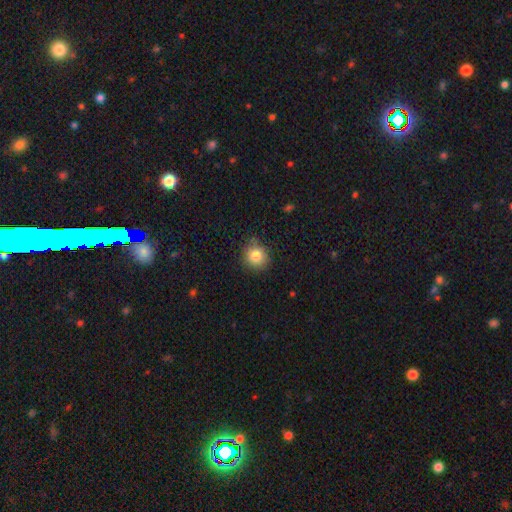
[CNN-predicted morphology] smooth 83%, star or artifact 10%, featured or disk 6%. Down the decision tree: how rounded — round (87%); merging — none (81%).